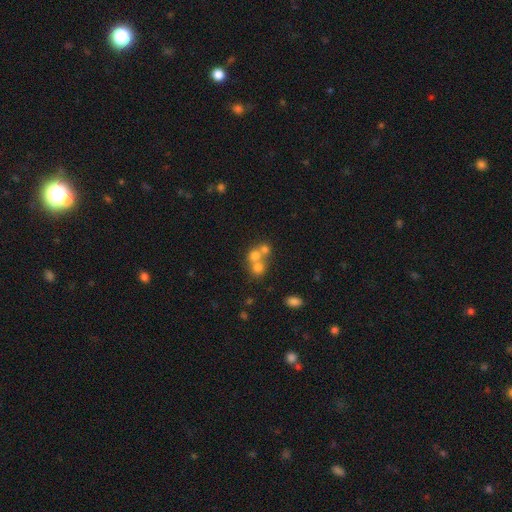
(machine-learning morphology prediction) type=smooth (66%); roundness=round (81%); merging=merger (58%).